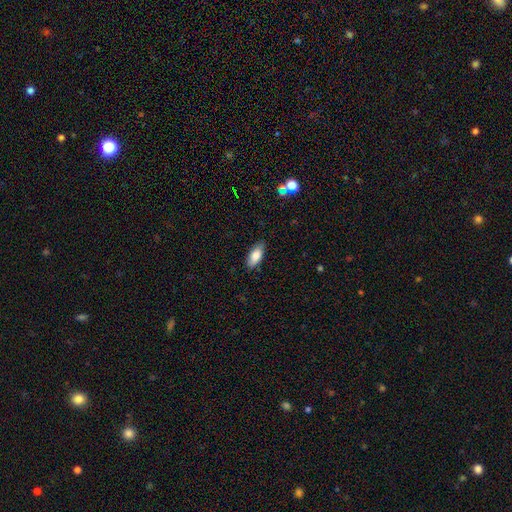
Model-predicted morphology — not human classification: A smooth galaxy with no disk features (82%) that is in between round and cigar-shaped (83%).

Vote fractions:
- Smooth or featured? smooth: 82% / featured or disk: 12% / star or artifact: 7%
- How rounded? in between: 83% / cigar-shaped: 14% / round: 2%
- Merging? none: 85% / minor disturbance: 12% / major disturbance: 2% / merger: 1%